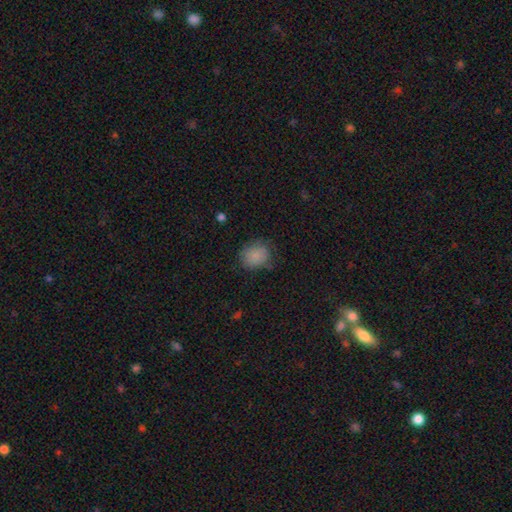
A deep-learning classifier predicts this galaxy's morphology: Smooth or featured?
  - smooth: 85% *
  - star or artifact: 9%
  - featured or disk: 6%
How rounded?
  - round: 65% *
  - in between: 34%
  - cigar-shaped: 1%
Merging?
  - none: 72% *
  - minor disturbance: 21%
  - major disturbance: 6%
  - merger: 2%